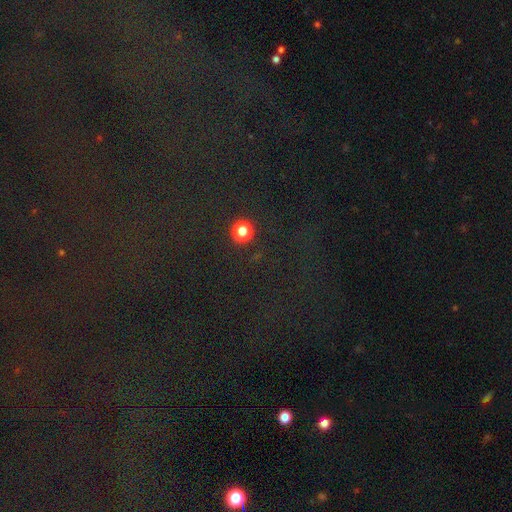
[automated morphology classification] Smooth or featured? Predicted: star or artifact (p=0.74).